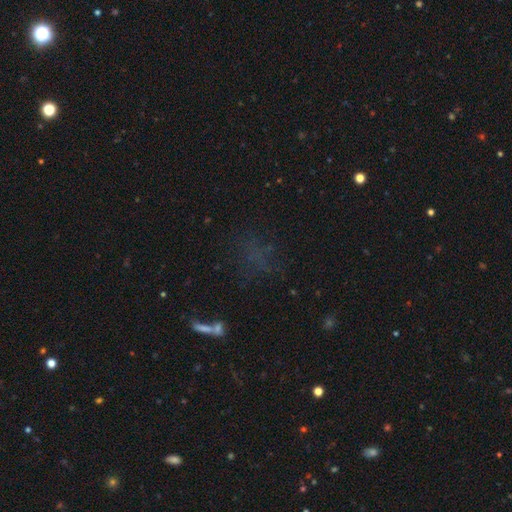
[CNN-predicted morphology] type=star or artifact (44%).